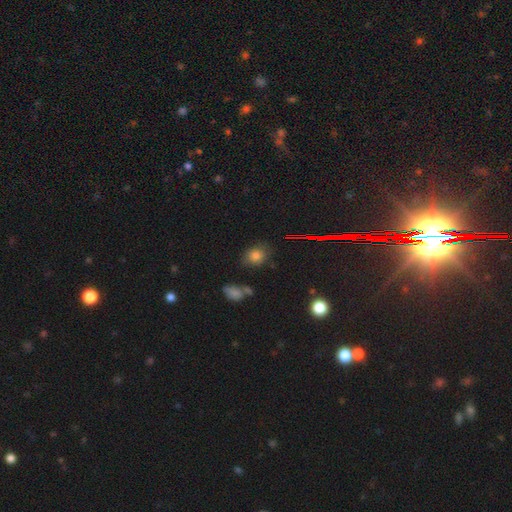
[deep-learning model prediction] Q: Smooth or featured?
A: smooth (77%); runner-up: star or artifact (16%)
Q: How rounded?
A: round (54%); runner-up: in between (44%)
Q: Merging?
A: none (73%); runner-up: minor disturbance (16%)